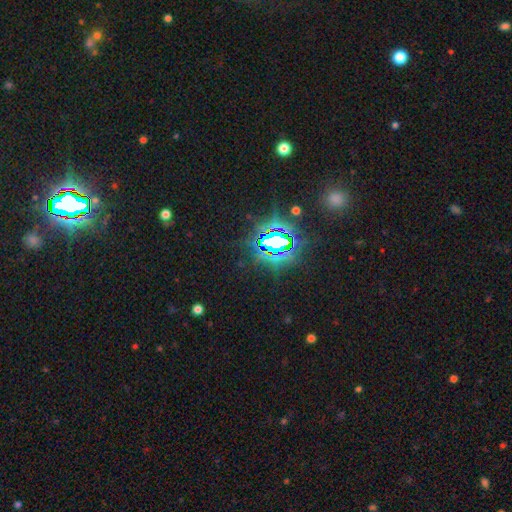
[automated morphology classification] This appears to be a star or artifact, not a galaxy (80%).